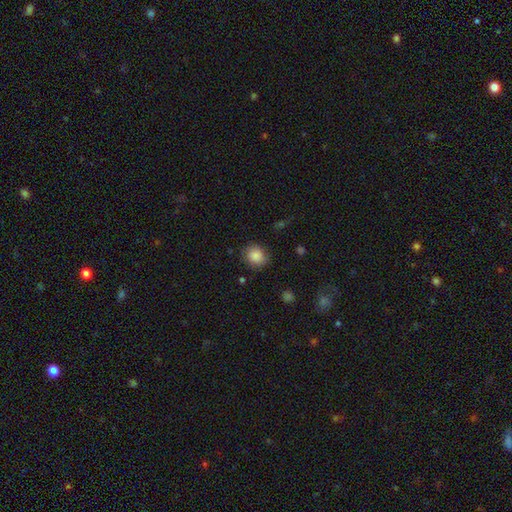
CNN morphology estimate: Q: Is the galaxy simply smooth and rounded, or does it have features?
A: smooth — 87%.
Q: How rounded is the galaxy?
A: round — 76%.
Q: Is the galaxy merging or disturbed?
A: none — 81%.